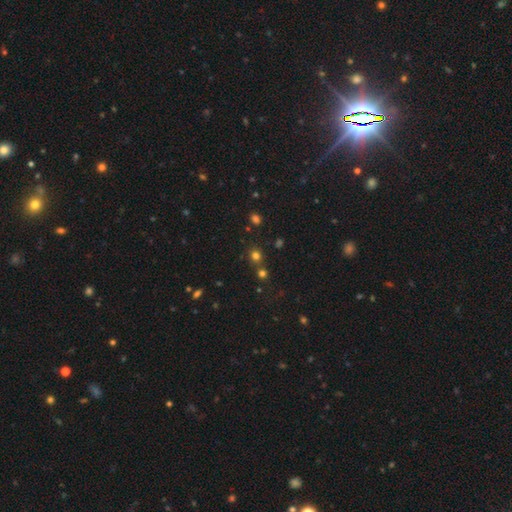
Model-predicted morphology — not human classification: smooth_or_featured: smooth (p=0.69) [alt: star or artifact p=0.25]
how_rounded: round (p=0.85) [alt: in between p=0.14]
merging: none (p=0.74) [alt: merger p=0.15]